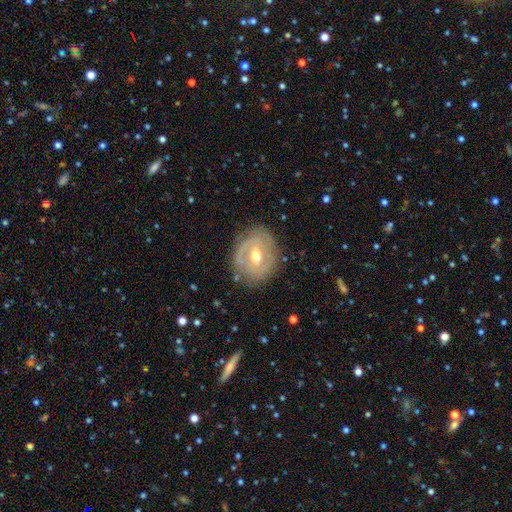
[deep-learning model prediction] featured or disk 68%, smooth 25%, star or artifact 7%. Down the decision tree: edge-on disk — no (95%); bar — weak (46%); spiral arms — yes (51%); bulge size — moderate (72%); merging — none (75%).